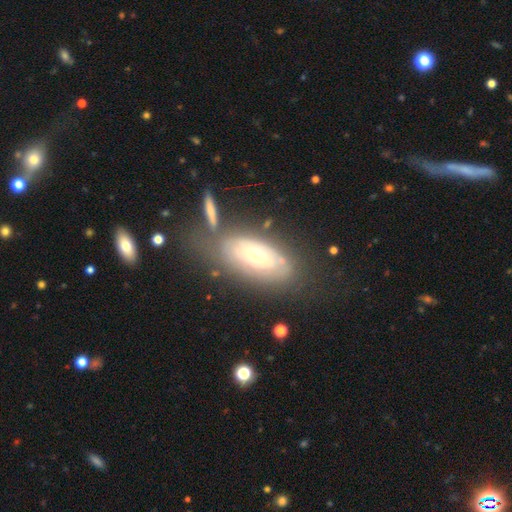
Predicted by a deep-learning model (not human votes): Overall: featured or disk (55%; smooth 36%). Edge-on disk: no (82%). Merging: none (60%).